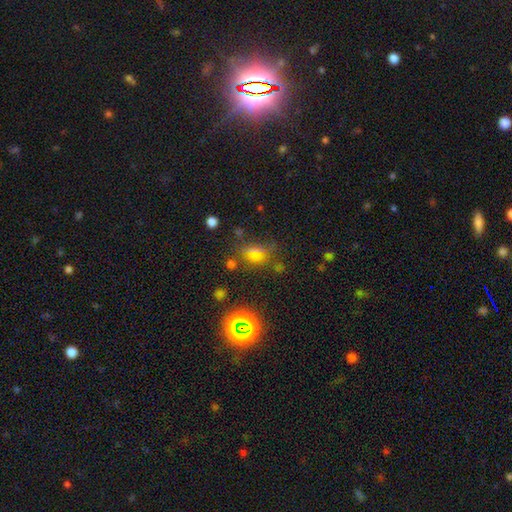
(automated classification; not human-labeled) A smooth galaxy with no disk features (46%). Merging: none (68%).